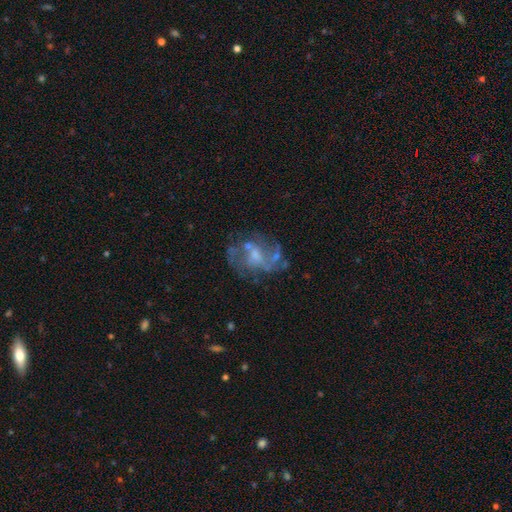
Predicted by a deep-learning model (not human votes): Smooth or featured?
  - featured or disk: 75% *
  - smooth: 14%
  - star or artifact: 11%
Edge-on disk?
  - no: 97% *
  - yes: 3%
Bar?
  - no: 54% *
  - weak: 38%
  - strong: 8%
Spiral arms?
  - yes: 70% *
  - no: 30%
Spiral winding?
  - medium: 46% *
  - loose: 34%
  - tight: 21%
Spiral arm count?
  - 2: 35% *
  - can't tell: 32%
  - 3: 17%
  - 4: 7%
  - 1: 5%
  - more than 4: 4%
Bulge size?
  - small: 46% *
  - moderate: 35%
  - none: 15%
  - large: 3%
  - dominant: 1%
Merging?
  - none: 57% *
  - major disturbance: 18%
  - minor disturbance: 17%
  - merger: 8%